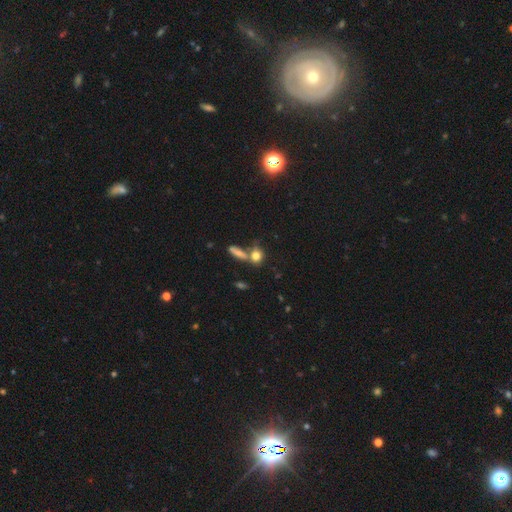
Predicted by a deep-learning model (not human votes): smooth 78%, featured or disk 11%, star or artifact 11%. Down the decision tree: how rounded — round (60%); merging — none (47%).